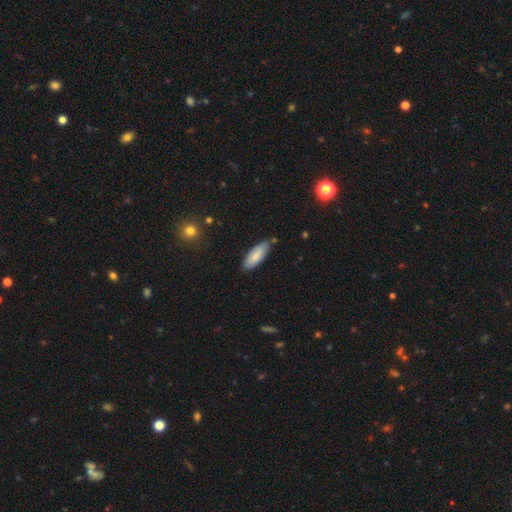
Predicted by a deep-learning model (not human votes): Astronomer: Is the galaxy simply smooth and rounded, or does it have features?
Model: smooth — 82%.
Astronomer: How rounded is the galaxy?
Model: in between — 66%.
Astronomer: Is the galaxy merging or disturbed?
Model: none — 79%.